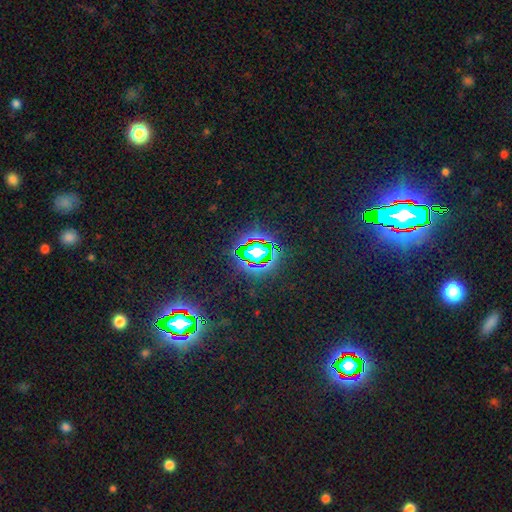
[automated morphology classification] smooth-or-featured: star or artifact: 82% | smooth: 11% | featured or disk: 7%